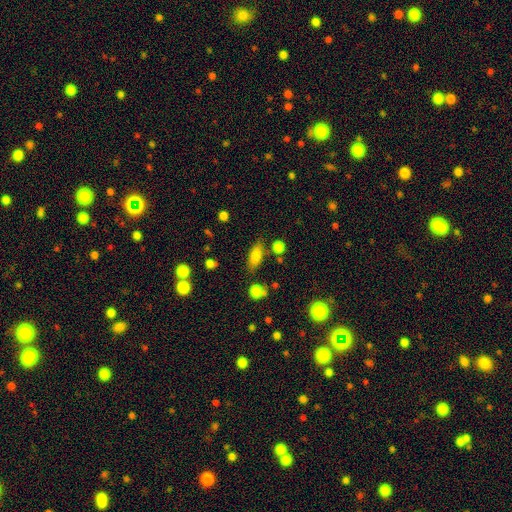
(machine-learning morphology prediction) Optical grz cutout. It shows a smooth galaxy with no disk features (79%) that is in between round and cigar-shaped (77%). Merging: none (74%).